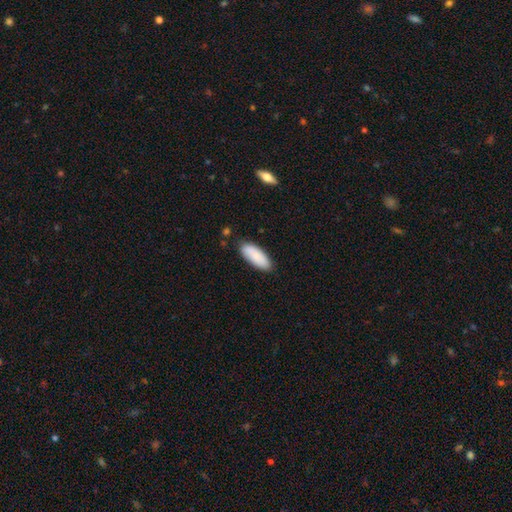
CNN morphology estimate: Smooth or featured? Predicted: smooth (p=0.85). How rounded? Predicted: in between (p=0.76). Merging? Predicted: none (p=0.83).